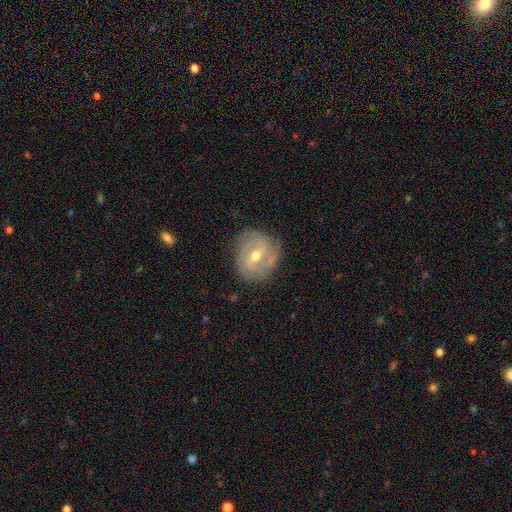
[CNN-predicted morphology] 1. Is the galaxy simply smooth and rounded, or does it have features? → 81% featured or disk, 13% smooth, 6% star or artifact.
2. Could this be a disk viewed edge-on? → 97% no, 3% yes.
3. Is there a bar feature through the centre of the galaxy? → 52% weak, 27% no, 22% strong.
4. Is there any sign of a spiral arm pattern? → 92% yes, 8% no.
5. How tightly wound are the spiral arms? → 56% tight, 34% medium, 10% loose.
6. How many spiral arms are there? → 44% 2, 22% can't tell, 21% 3, 5% 4, 5% 1, 3% more than 4.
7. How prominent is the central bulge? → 68% moderate, 28% small, 2% large, 1% none, 1% dominant.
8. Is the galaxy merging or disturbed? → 77% none, 17% minor disturbance, 5% major disturbance, 1% merger.